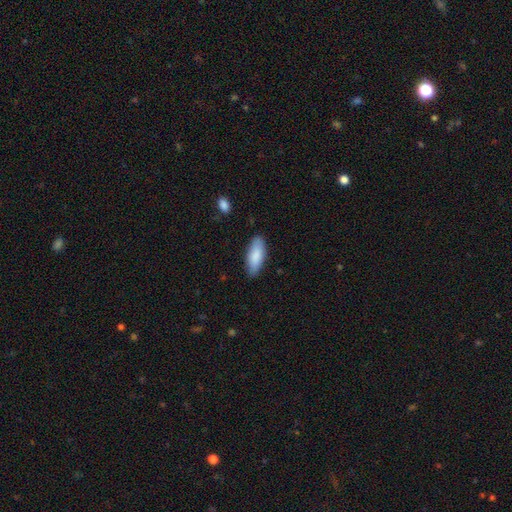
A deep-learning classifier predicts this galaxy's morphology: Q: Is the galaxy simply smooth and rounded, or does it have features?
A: smooth — 86%.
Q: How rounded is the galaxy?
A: in between — 74%.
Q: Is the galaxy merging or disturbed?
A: none — 85%.